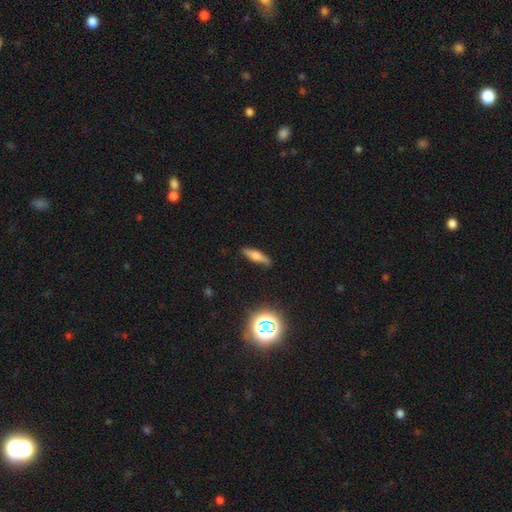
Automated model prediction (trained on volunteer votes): This appears to be a smooth galaxy with no disk features (53%) that is cigar-shaped (68%). Merging: none (83%).